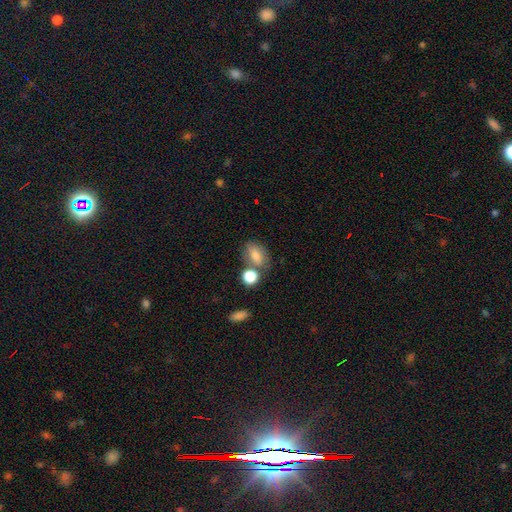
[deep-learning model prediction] Smooth or featured?
  - smooth: 78% *
  - featured or disk: 12%
  - star or artifact: 10%
How rounded?
  - in between: 79% *
  - round: 17%
  - cigar-shaped: 3%
Merging?
  - none: 56% *
  - merger: 23%
  - minor disturbance: 15%
  - major disturbance: 6%